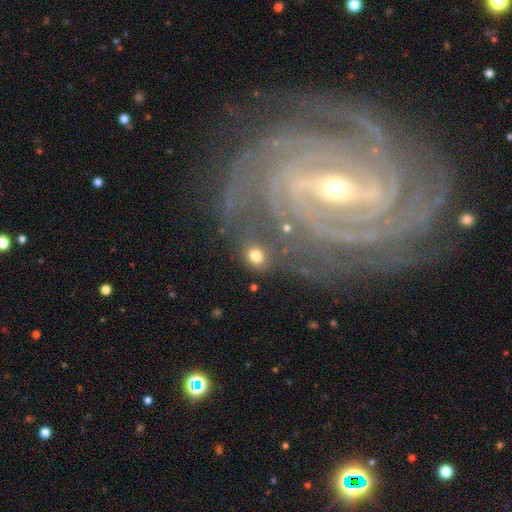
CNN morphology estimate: Smooth or featured? Predicted: smooth (p=0.67). How rounded? Predicted: round (p=0.56). Merging? Predicted: none (p=0.69).